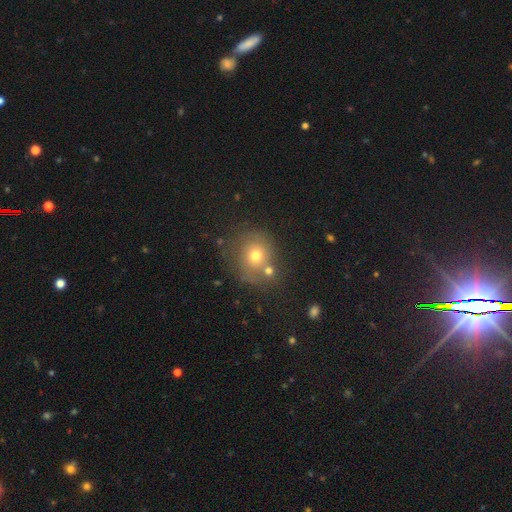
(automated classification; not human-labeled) This is likely a smooth galaxy (66%). How rounded: clearly round (84%). Merging: likely none (63%).